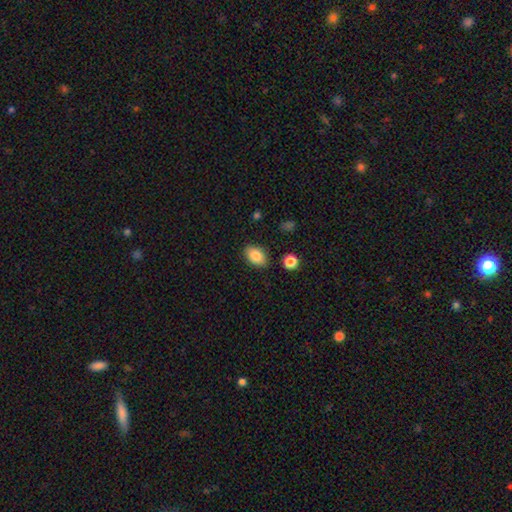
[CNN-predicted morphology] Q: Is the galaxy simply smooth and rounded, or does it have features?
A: smooth — 86%.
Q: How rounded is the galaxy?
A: in between — 89%.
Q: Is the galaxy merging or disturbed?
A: none — 87%.